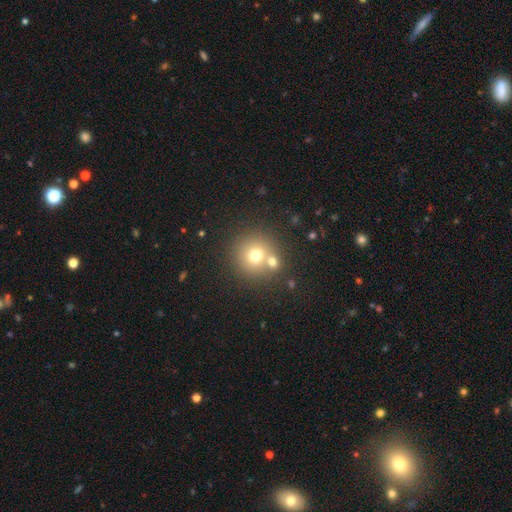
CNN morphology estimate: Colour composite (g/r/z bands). It shows a smooth galaxy with no disk features (70%) that is round (91%). Merging: none (59%).